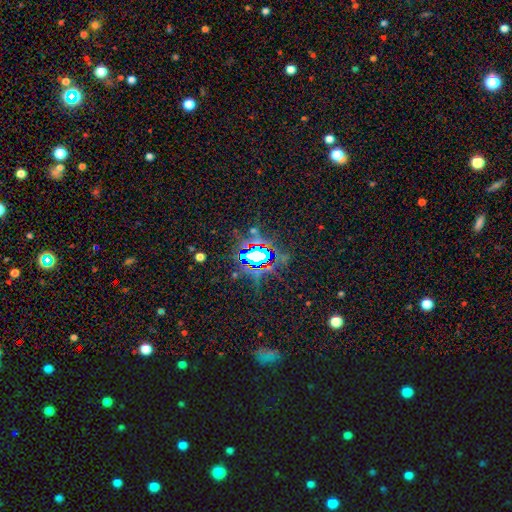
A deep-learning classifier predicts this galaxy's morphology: Smooth or featured: star or artifact — 76% (featured or disk — 13%)